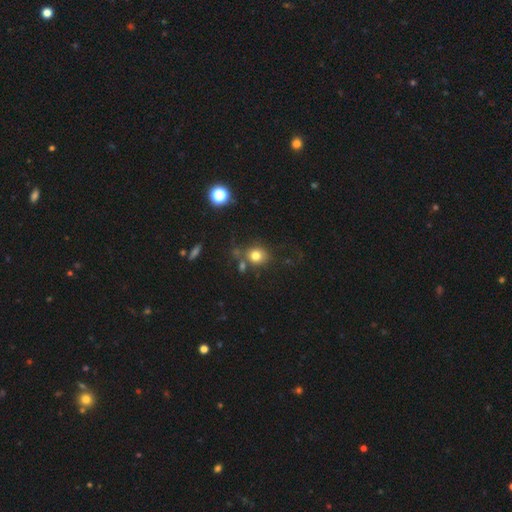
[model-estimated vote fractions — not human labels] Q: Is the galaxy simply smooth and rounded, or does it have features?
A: smooth — 78%.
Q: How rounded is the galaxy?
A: round — 78%.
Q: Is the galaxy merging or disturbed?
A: none — 68%.